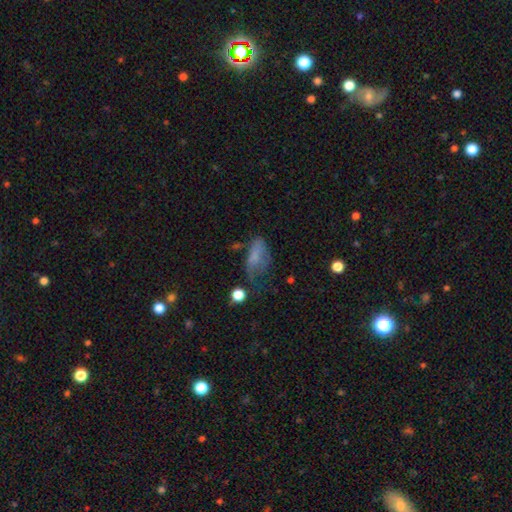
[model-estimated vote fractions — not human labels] Q: Smooth or featured?
A: smooth (63%); runner-up: featured or disk (24%)
Q: How rounded?
A: in between (85%); runner-up: cigar-shaped (9%)
Q: Merging?
A: major disturbance (37%); runner-up: minor disturbance (30%)